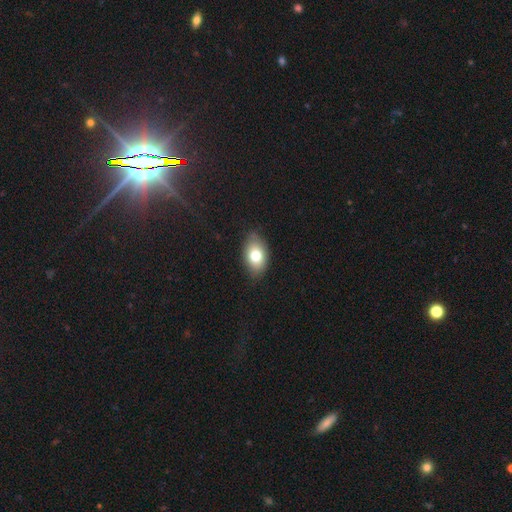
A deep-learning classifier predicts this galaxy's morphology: smooth_or_featured: smooth (p=0.75) [alt: featured or disk p=0.16]
how_rounded: in between (p=0.86) [alt: round p=0.12]
merging: none (p=0.82) [alt: minor disturbance p=0.14]